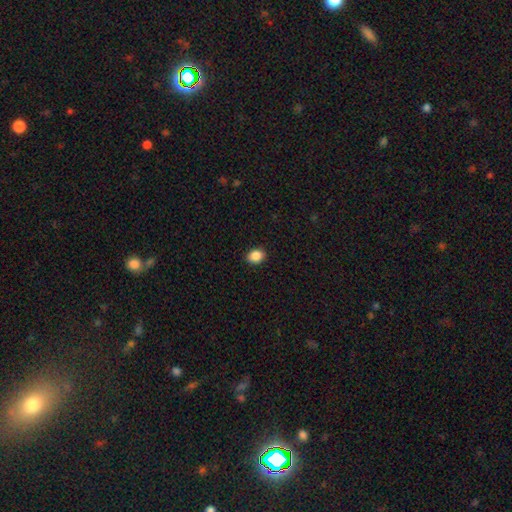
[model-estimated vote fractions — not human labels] Smooth or featured?
  - smooth: 88% *
  - star or artifact: 9%
  - featured or disk: 3%
How rounded?
  - in between: 53% *
  - round: 46%
  - cigar-shaped: 1%
Merging?
  - none: 90% *
  - minor disturbance: 7%
  - major disturbance: 2%
  - merger: 1%